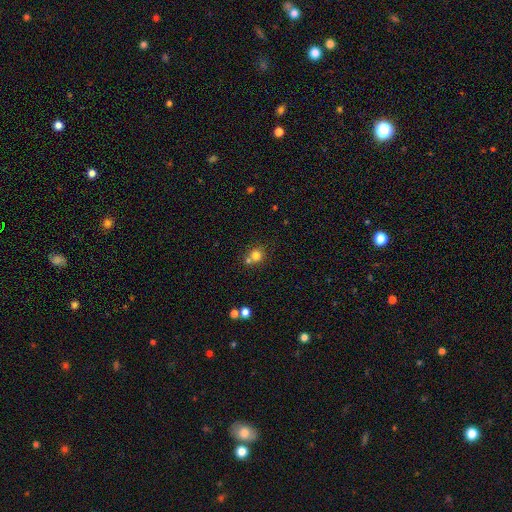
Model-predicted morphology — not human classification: The model was most divided on "merging": none: 57%, merger: 32%, minor disturbance: 8%, major disturbance: 3%. More confident: how rounded — round (87%); smooth or featured — smooth (78%).